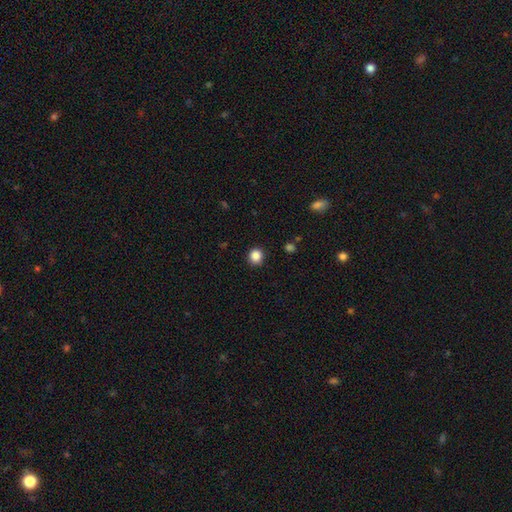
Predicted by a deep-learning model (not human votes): Q: Smooth or featured?
A: smooth (86%); runner-up: star or artifact (11%)
Q: How rounded?
A: round (90%); runner-up: in between (10%)
Q: Merging?
A: none (90%); runner-up: minor disturbance (7%)